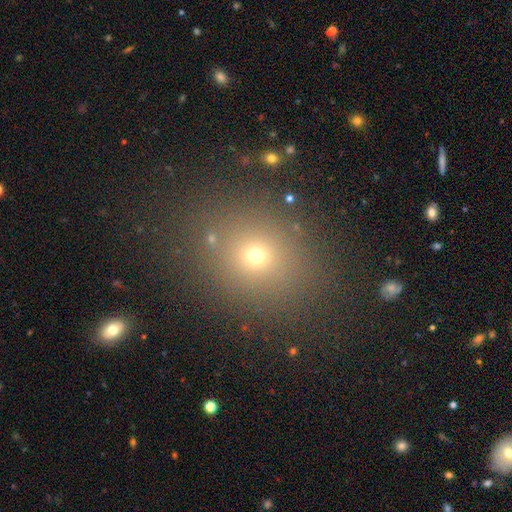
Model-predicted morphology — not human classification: A smooth galaxy with no disk features (65%) that is round (65%).

Vote fractions:
- Smooth or featured? smooth: 65% / star or artifact: 25% / featured or disk: 10%
- How rounded? round: 65% / in between: 33% / cigar-shaped: 1%
- Merging? none: 84% / minor disturbance: 9% / major disturbance: 4% / merger: 3%